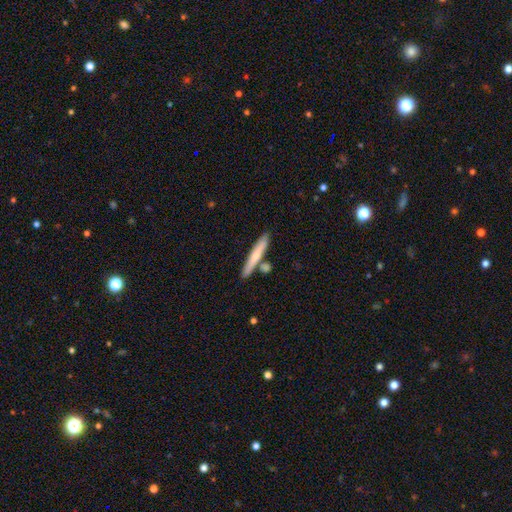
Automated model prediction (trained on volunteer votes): Smooth or featured: smooth — 66% (featured or disk — 29%)
How rounded: cigar-shaped — 93% (in between — 5%)
Merging: none — 76% (merger — 11%)